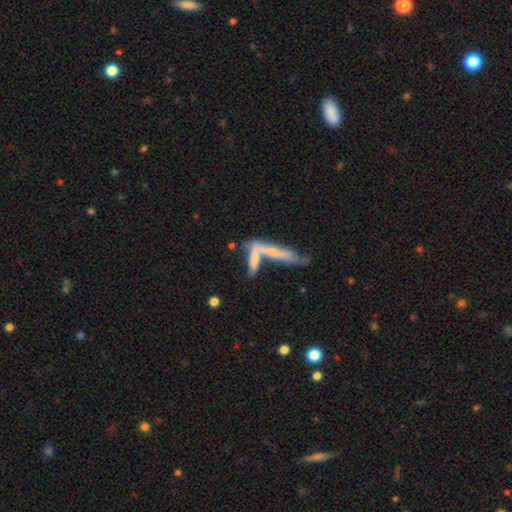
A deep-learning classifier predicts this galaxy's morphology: smooth 55%, featured or disk 36%, star or artifact 9%. Down the decision tree: how rounded — cigar-shaped (79%); merging — merger (57%).